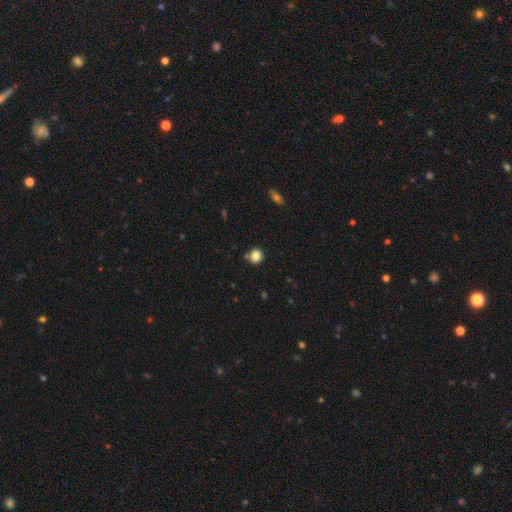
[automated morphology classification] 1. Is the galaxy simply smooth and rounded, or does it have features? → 83% smooth, 11% star or artifact, 6% featured or disk.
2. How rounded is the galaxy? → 86% round, 13% in between, 1% cigar-shaped.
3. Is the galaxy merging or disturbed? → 82% none, 12% minor disturbance, 4% merger, 2% major disturbance.